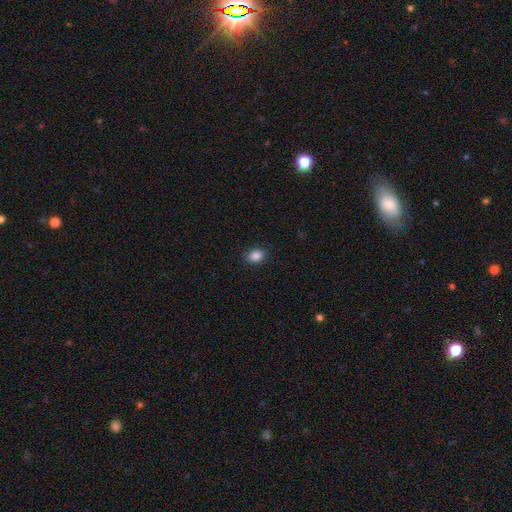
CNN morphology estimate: A smooth galaxy with no disk features (88%) that is in between round and cigar-shaped (64%).

Vote fractions:
- Smooth or featured? smooth: 88% / star or artifact: 9% / featured or disk: 3%
- How rounded? in between: 64% / round: 35% / cigar-shaped: 1%
- Merging? none: 87% / minor disturbance: 10% / major disturbance: 2% / merger: 1%